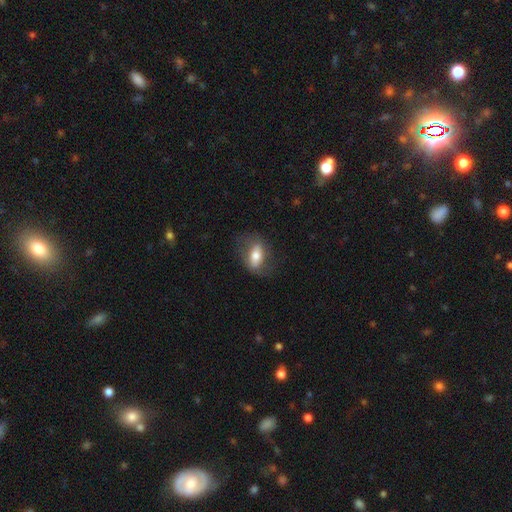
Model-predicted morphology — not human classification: Overall: smooth (55%; featured or disk 38%). How rounded: in between (81%). Merging: none (68%).